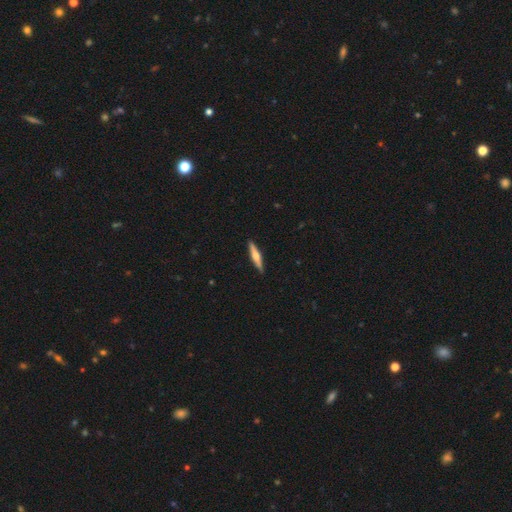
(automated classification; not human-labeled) Smooth or featured? featured or disk (56%)
Edge-on disk? yes (97%)
Edge-on bulge? rounded (88%)
Merging? none (91%)